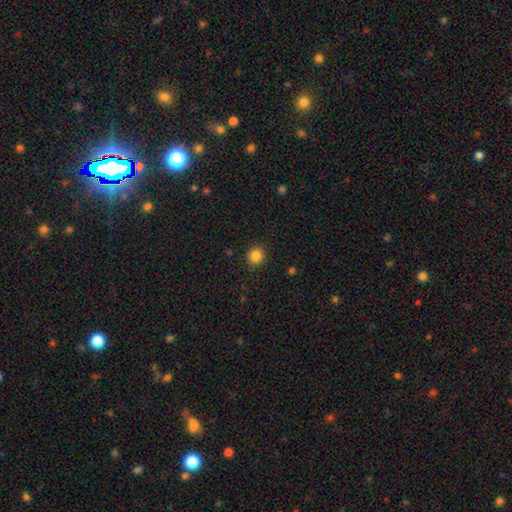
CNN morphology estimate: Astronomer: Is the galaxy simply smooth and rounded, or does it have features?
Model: smooth — 84%.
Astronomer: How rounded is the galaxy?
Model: round — 89%.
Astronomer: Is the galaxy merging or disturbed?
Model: none — 90%.